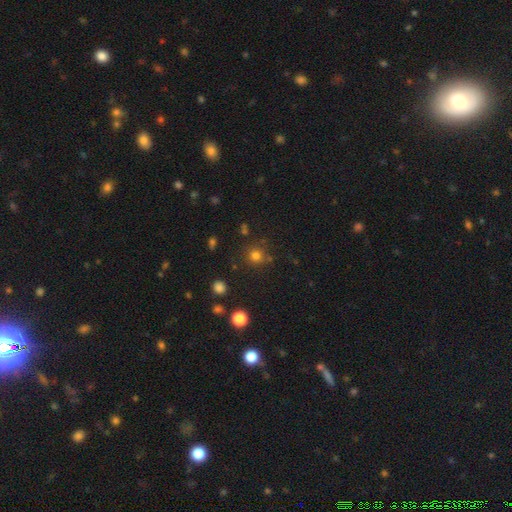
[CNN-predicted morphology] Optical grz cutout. It shows a smooth galaxy with no disk features (75%) that is round (92%). Merging: none (82%).